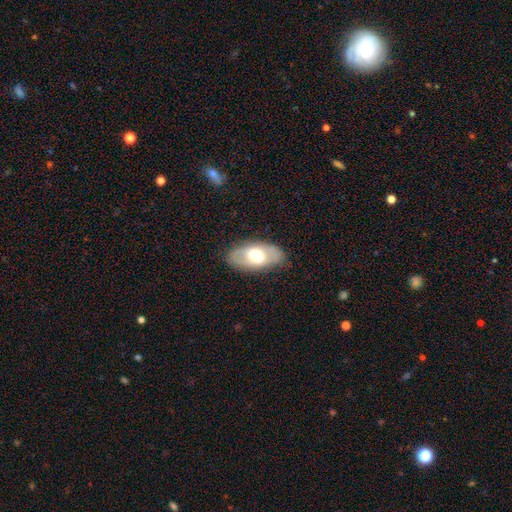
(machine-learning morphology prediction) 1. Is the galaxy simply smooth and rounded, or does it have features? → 50% smooth, 44% featured or disk, 6% star or artifact.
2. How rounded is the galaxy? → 92% in between, 4% round, 4% cigar-shaped.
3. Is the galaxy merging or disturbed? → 81% none, 13% minor disturbance, 4% major disturbance, 1% merger.